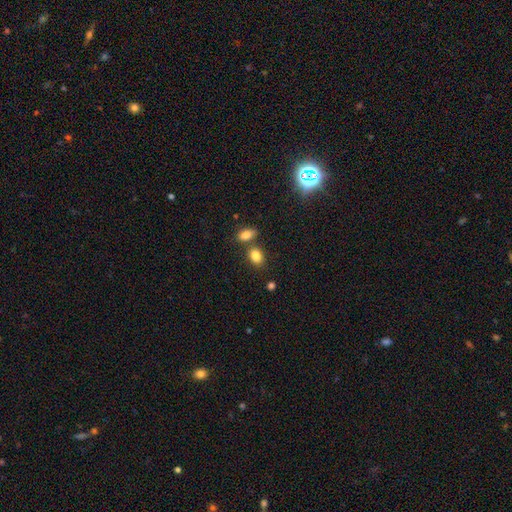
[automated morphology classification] Smooth or featured?
  - smooth: 84% *
  - star or artifact: 9%
  - featured or disk: 6%
How rounded?
  - in between: 74% *
  - round: 24%
  - cigar-shaped: 2%
Merging?
  - none: 64% *
  - merger: 21%
  - minor disturbance: 11%
  - major disturbance: 3%